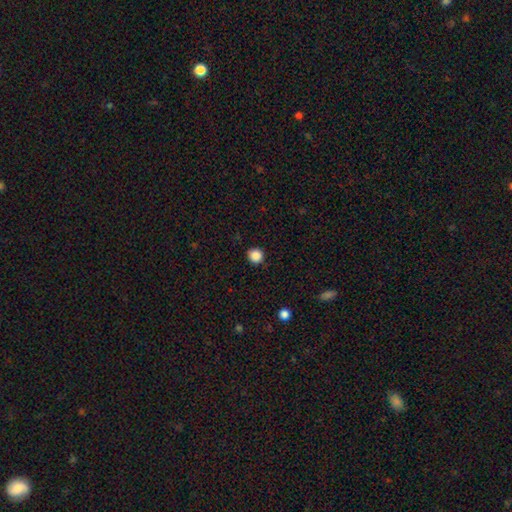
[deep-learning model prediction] This appears to be a smooth galaxy with no disk features (86%) that is round (93%). Merging: none (90%).